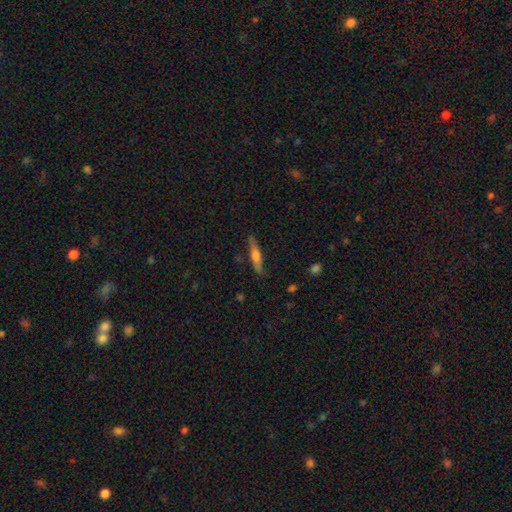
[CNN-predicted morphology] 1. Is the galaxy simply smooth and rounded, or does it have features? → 49% smooth, 45% featured or disk, 6% star or artifact.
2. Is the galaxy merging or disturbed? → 83% none, 13% minor disturbance, 3% major disturbance, 2% merger.